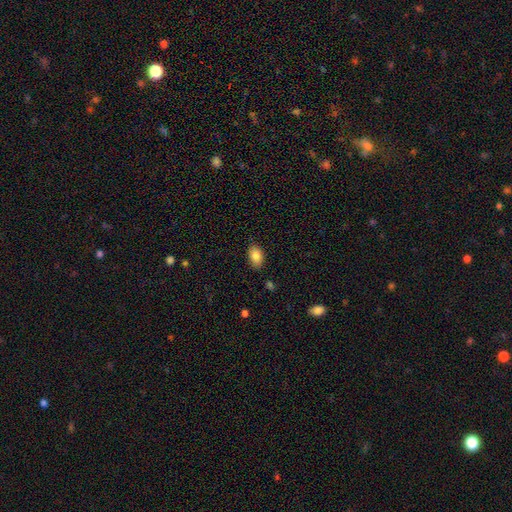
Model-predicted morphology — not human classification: Smooth or featured: smooth — 84% (featured or disk — 9%)
How rounded: in between — 90% (round — 9%)
Merging: none — 85% (minor disturbance — 12%)